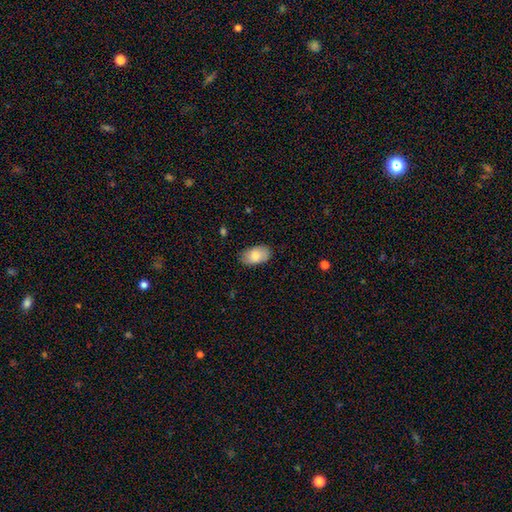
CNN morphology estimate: This is clearly a smooth galaxy (82%). How rounded: clearly in between (94%). Merging: clearly none (84%).